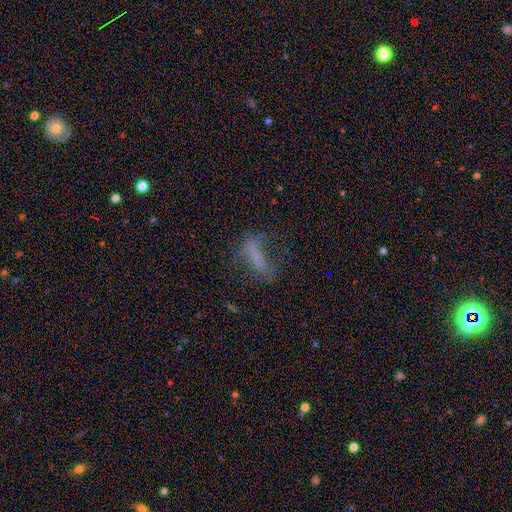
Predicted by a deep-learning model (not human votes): Smooth or featured: smooth — 51% (featured or disk — 32%)
How rounded: cigar-shaped — 60% (in between — 36%)
Merging: none — 44% (major disturbance — 30%)